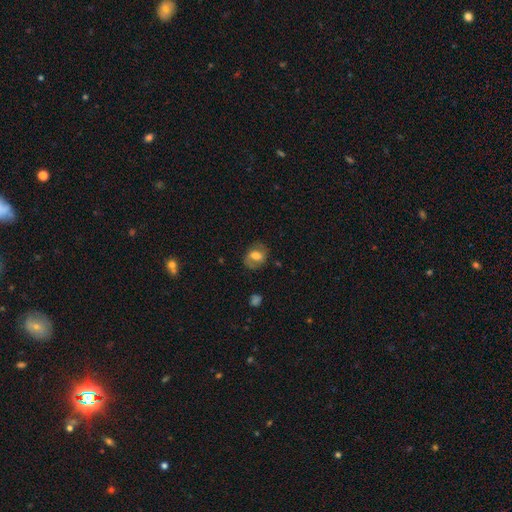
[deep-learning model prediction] Overall: smooth (53%; featured or disk 38%). How rounded: in between (64%; round 35%). Merging: none (71%).